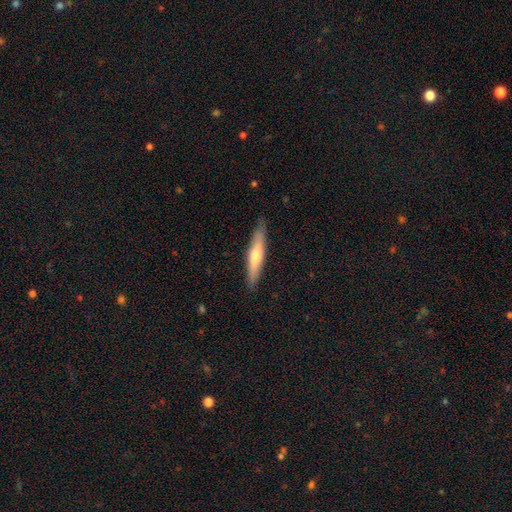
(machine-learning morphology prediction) Smooth or featured? smooth (51%)
How rounded? cigar-shaped (88%)
Merging? none (88%)